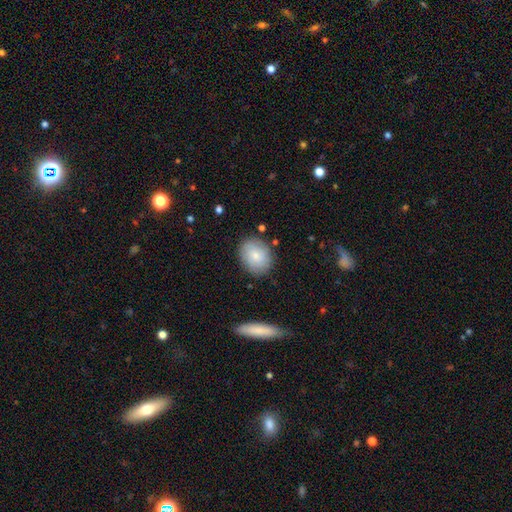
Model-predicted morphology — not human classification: type=smooth (73%); roundness=round (52%); merging=none (81%).